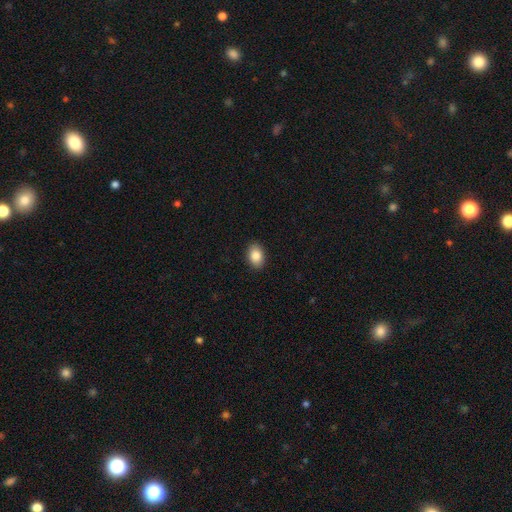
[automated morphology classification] Smooth or featured? Predicted: smooth (p=0.86). How rounded? Predicted: in between (p=0.85). Merging? Predicted: none (p=0.90).